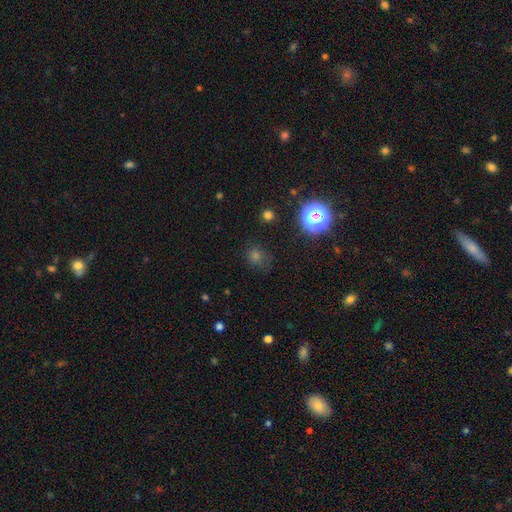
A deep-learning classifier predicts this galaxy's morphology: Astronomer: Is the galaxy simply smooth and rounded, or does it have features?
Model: smooth — 57% (runner-up: star or artifact, 35%).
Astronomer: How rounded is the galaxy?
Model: round — 79%.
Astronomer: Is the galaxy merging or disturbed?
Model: none — 77%.